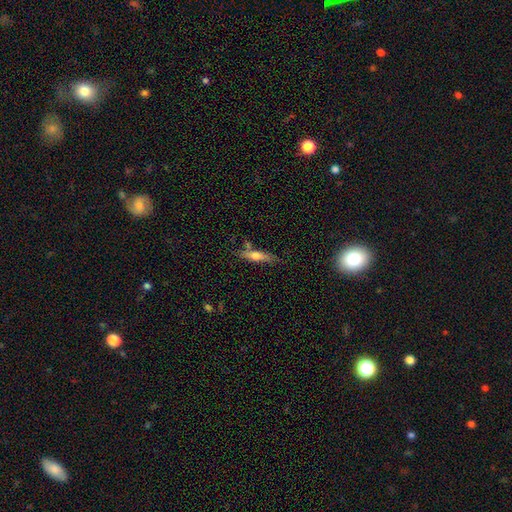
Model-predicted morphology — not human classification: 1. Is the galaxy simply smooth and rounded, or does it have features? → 57% smooth, 36% featured or disk, 7% star or artifact.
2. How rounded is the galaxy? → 76% cigar-shaped, 21% in between, 2% round.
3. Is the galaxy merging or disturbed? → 68% none, 18% minor disturbance, 9% merger, 5% major disturbance.